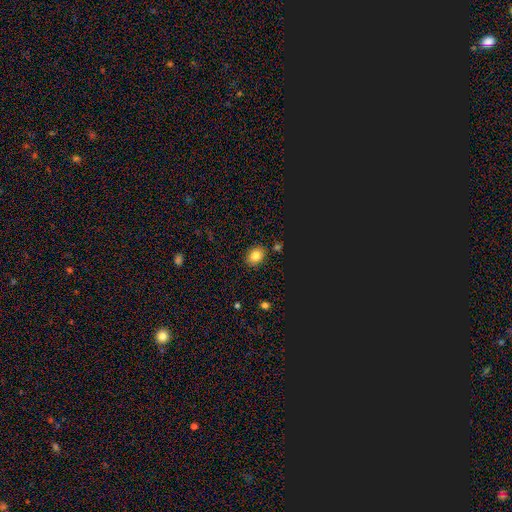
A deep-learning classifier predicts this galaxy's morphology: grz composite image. It shows a smooth galaxy with no disk features (79%) that is round (53%). Merging: none (85%).